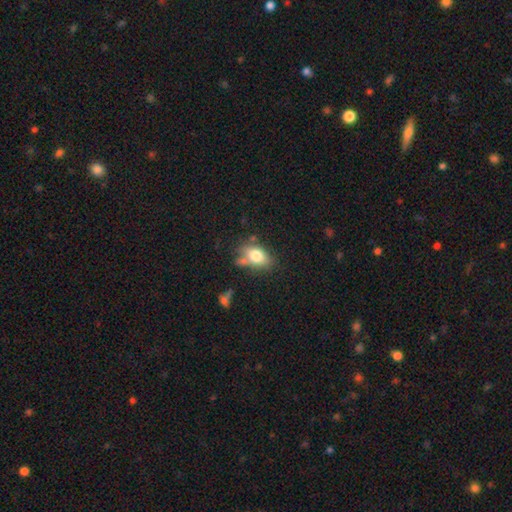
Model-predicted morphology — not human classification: This is likely a smooth galaxy (75%). How rounded: clearly in between (81%). Merging: possibly none (55%).